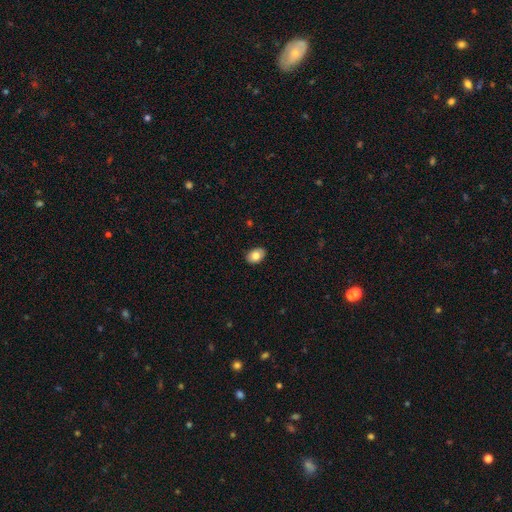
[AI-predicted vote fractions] Smooth or featured: smooth — 79% (featured or disk — 14%)
How rounded: in between — 84% (round — 15%)
Merging: none — 89% (minor disturbance — 9%)